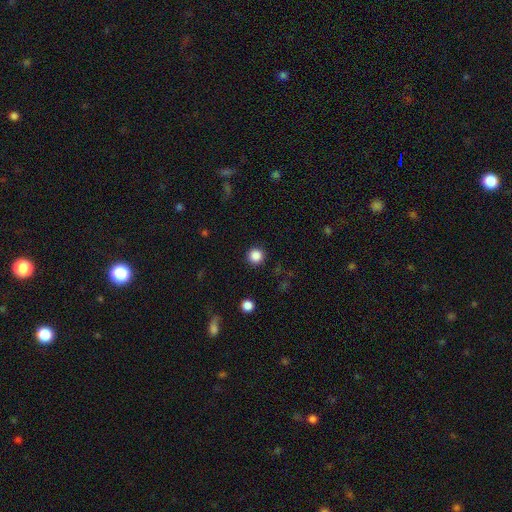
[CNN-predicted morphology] A smooth galaxy with no disk features (86%) that is round (96%). Merging: none (92%).